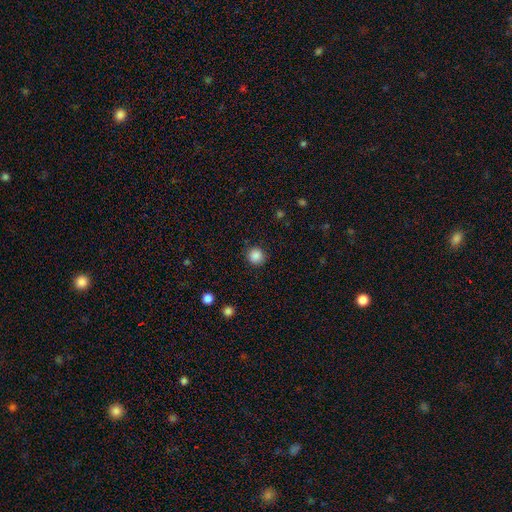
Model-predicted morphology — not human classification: smooth_or_featured: smooth (p=0.86) [alt: star or artifact p=0.11]
how_rounded: round (p=0.92) [alt: in between p=0.07]
merging: none (p=0.88) [alt: minor disturbance p=0.08]